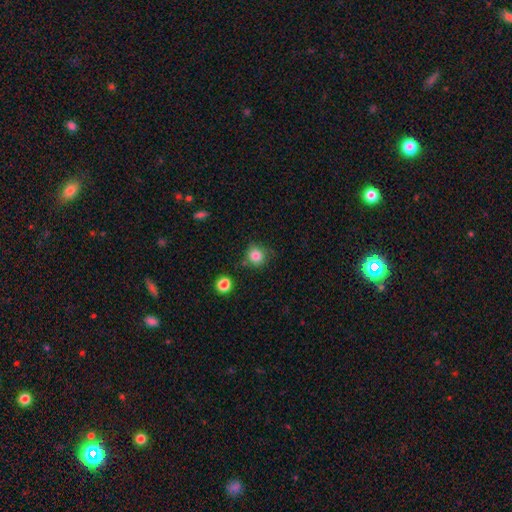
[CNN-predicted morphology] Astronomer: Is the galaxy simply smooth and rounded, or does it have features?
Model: smooth — 83%.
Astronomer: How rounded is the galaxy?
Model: round — 88%.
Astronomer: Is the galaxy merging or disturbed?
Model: none — 75%.